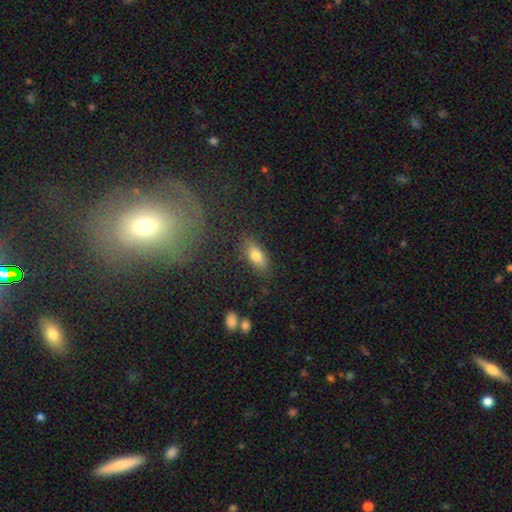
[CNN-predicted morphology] This is likely a smooth galaxy (75%). How rounded: likely in between (80%). Merging: clearly none (82%).